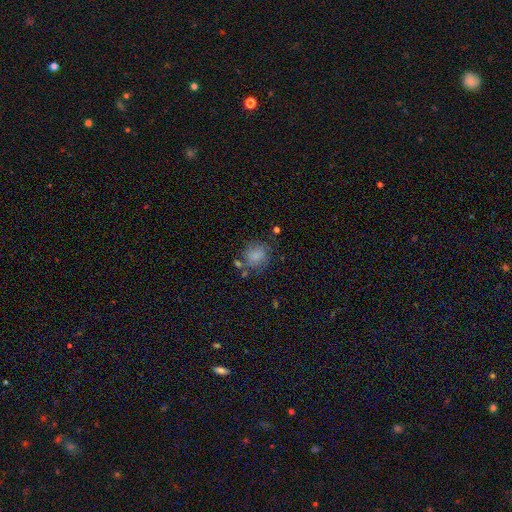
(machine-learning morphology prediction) The model was most divided on "how rounded": round: 63%, in between: 36%, cigar-shaped: 1%. More confident: smooth or featured — smooth (70%); merging — none (54%).